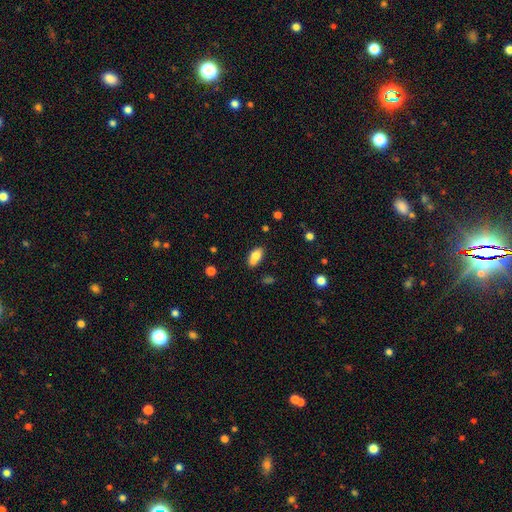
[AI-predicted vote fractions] A smooth galaxy with no disk features (80%) that is in between round and cigar-shaped (89%).

Vote fractions:
- Smooth or featured? smooth: 80% / featured or disk: 12% / star or artifact: 8%
- How rounded? in between: 89% / cigar-shaped: 6% / round: 5%
- Merging? none: 68% / minor disturbance: 21% / merger: 7% / major disturbance: 4%